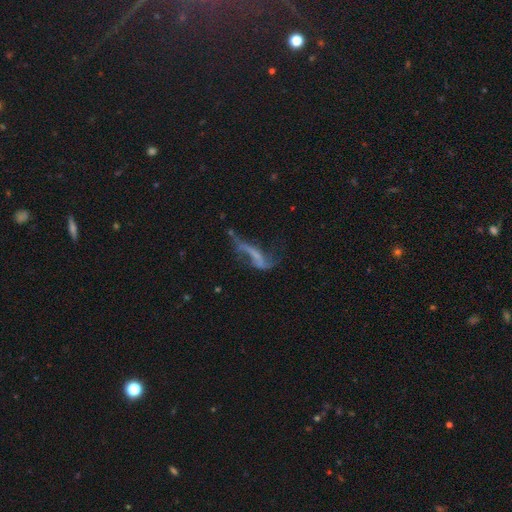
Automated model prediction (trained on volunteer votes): Smooth or featured? Predicted: featured or disk (p=0.62). Edge-on disk? Predicted: no (p=0.79). Merging? Predicted: major disturbance (p=0.37).